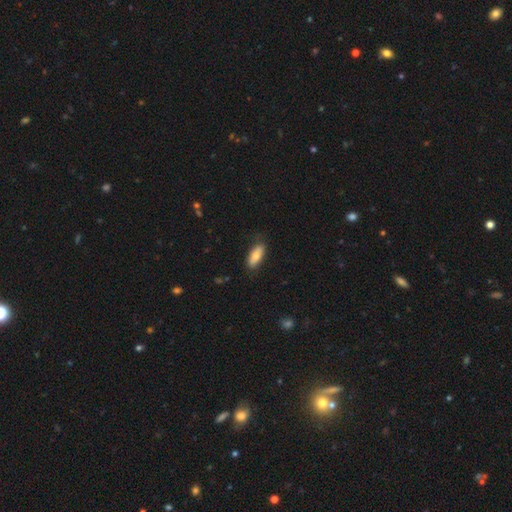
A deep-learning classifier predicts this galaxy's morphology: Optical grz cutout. It shows a smooth galaxy with no disk features (73%) that is in between round and cigar-shaped (78%). Merging: none (80%).